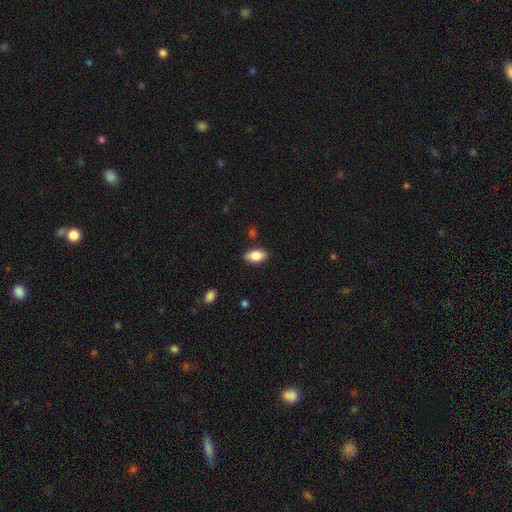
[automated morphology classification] A smooth galaxy with no disk features (83%) that is in between round and cigar-shaped (92%). Merging: none (87%).